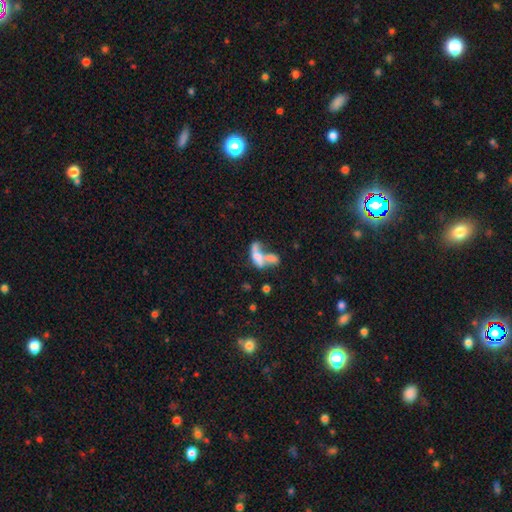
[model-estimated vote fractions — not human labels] Smooth or featured?
  - smooth: 53% *
  - featured or disk: 36%
  - star or artifact: 11%
How rounded?
  - in between: 65% *
  - cigar-shaped: 29%
  - round: 6%
Merging?
  - merger: 63% *
  - none: 15%
  - major disturbance: 14%
  - minor disturbance: 8%